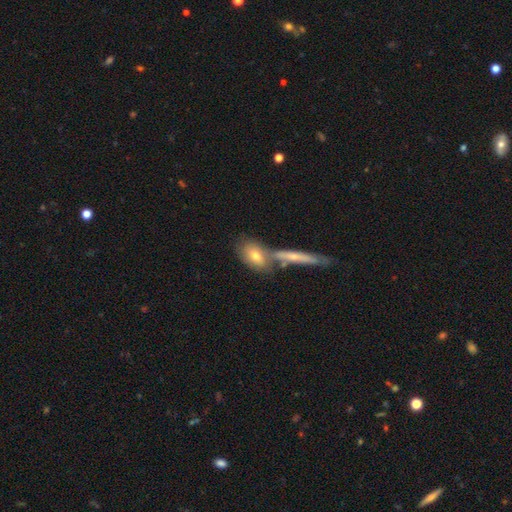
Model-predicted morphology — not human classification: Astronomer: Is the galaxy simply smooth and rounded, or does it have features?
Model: smooth — 65%.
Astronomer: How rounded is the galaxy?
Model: in between — 65%.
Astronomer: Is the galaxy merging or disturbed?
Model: none — 51% (runner-up: merger, 33%).